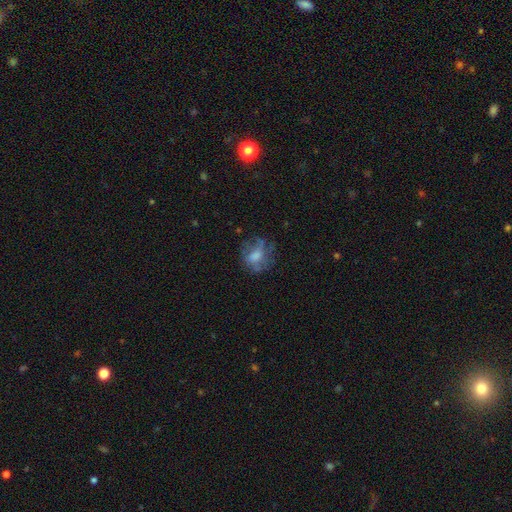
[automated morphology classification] The model was most divided on "smooth or featured": smooth: 48%, featured or disk: 40%, star or artifact: 12%. More confident: merging — none (50%).